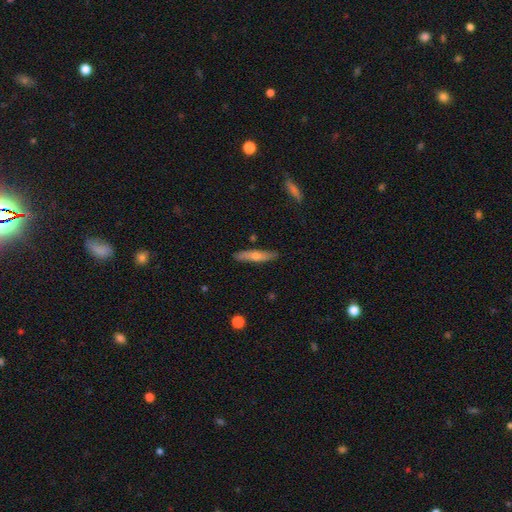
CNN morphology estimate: Smooth or featured: smooth — 53% (featured or disk — 41%)
How rounded: cigar-shaped — 88% (in between — 10%)
Merging: none — 87% (minor disturbance — 10%)